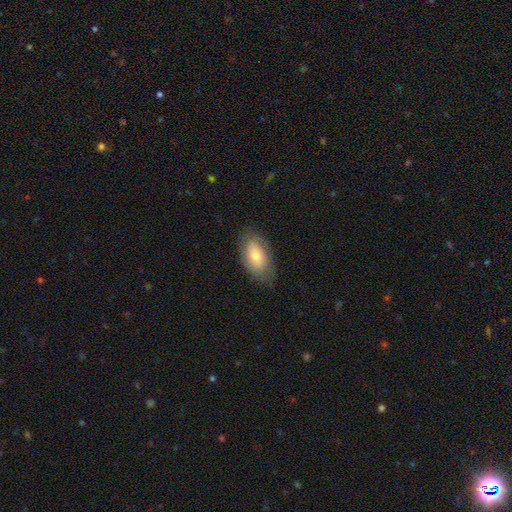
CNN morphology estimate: Smooth or featured?
  - smooth: 65% *
  - featured or disk: 28%
  - star or artifact: 7%
How rounded?
  - in between: 92% *
  - round: 5%
  - cigar-shaped: 3%
Merging?
  - none: 77% *
  - minor disturbance: 17%
  - major disturbance: 5%
  - merger: 1%